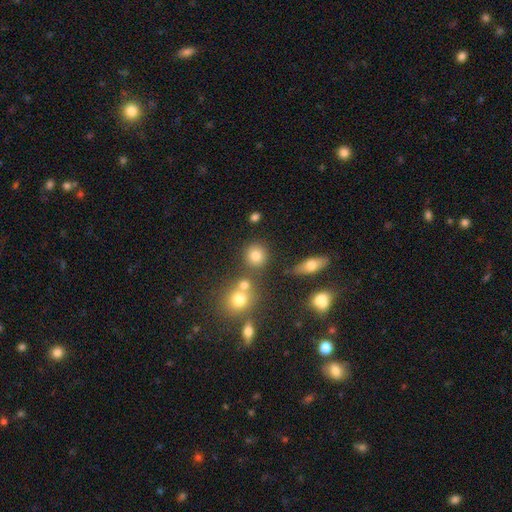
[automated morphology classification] The model was most divided on "merging": none: 75%, merger: 11%, minor disturbance: 10%, major disturbance: 4%. More confident: how rounded — round (86%); smooth or featured — smooth (78%).